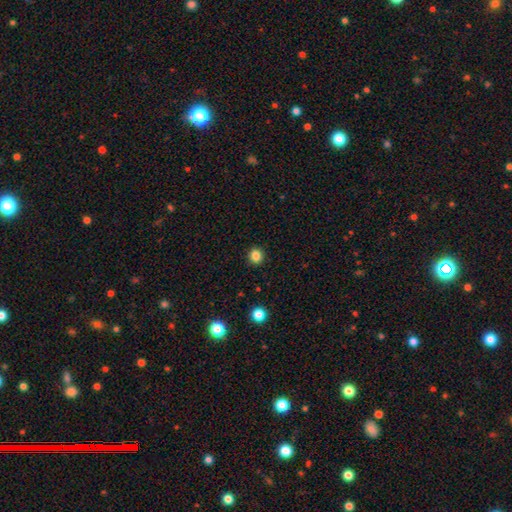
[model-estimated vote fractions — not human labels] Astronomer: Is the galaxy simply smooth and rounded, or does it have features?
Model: smooth — 84%.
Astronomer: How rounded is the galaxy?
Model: round — 87%.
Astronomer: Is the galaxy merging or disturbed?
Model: none — 92%.